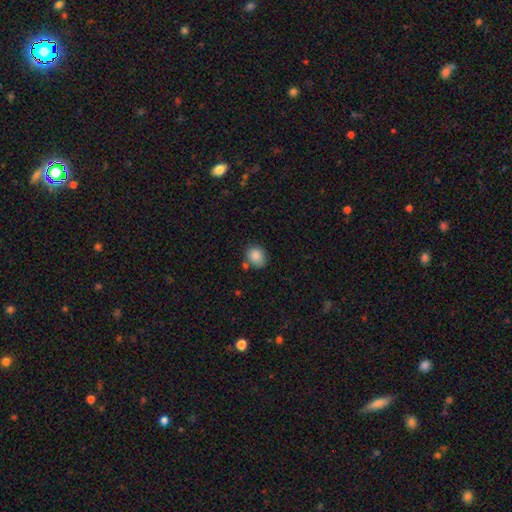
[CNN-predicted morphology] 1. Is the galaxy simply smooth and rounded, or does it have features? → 86% smooth, 9% star or artifact, 5% featured or disk.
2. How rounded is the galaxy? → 60% round, 39% in between, 1% cigar-shaped.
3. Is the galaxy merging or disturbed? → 72% none, 16% minor disturbance, 8% merger, 4% major disturbance.